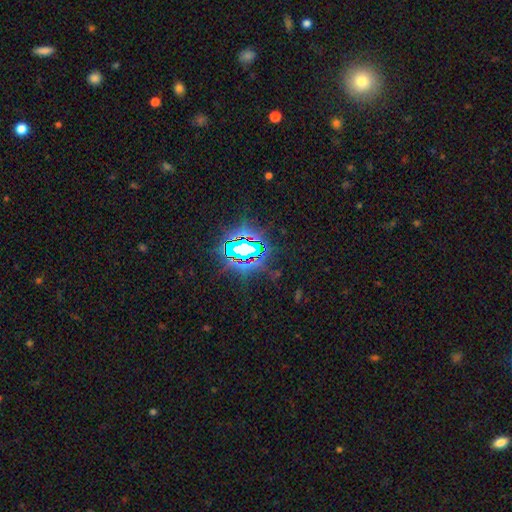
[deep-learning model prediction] Overall: star or artifact (81%).